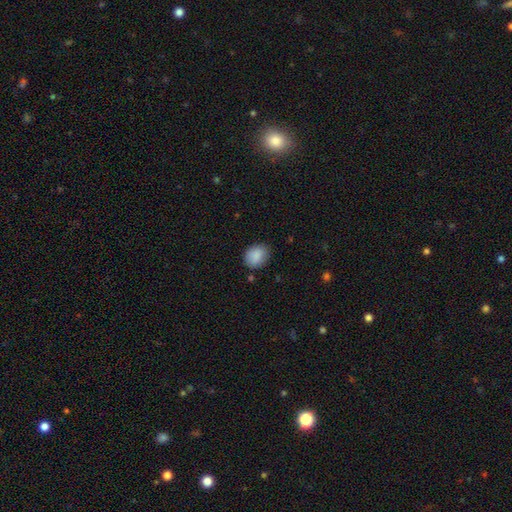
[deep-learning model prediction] Overall: smooth (88%). How rounded: in between (52%; round 47%). Merging: none (78%).